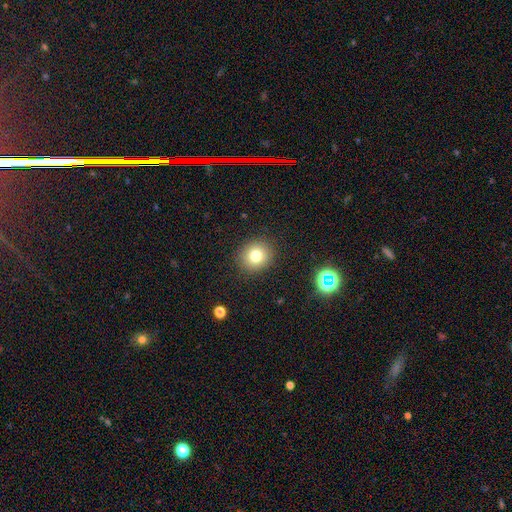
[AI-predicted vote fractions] The model was most divided on "smooth or featured": smooth: 78%, star or artifact: 13%, featured or disk: 9%. More confident: merging — none (89%); how rounded — round (82%).